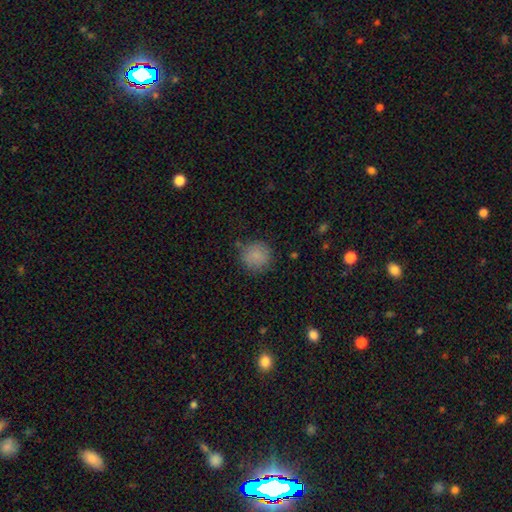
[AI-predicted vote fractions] Morphology: type=smooth (85%); roundness=round (92%); merging=none (80%).